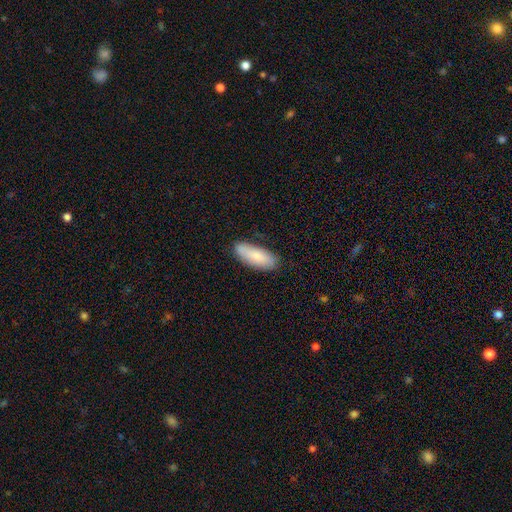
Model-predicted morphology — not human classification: Smooth or featured? smooth (79%)
How rounded? in between (72%)
Merging? none (81%)